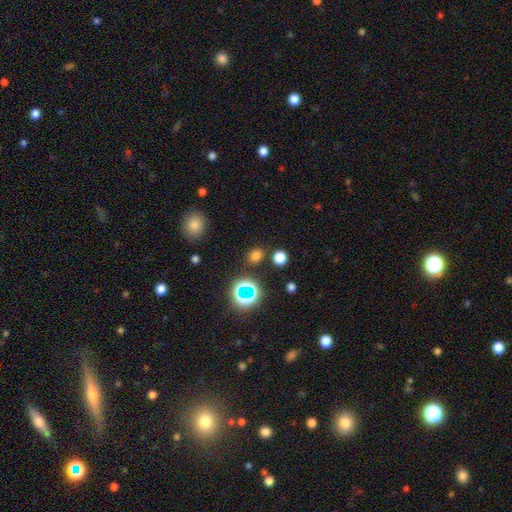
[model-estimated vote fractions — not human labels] Overall: smooth (71%). How rounded: round (67%; in between 31%). Merging: none (84%).